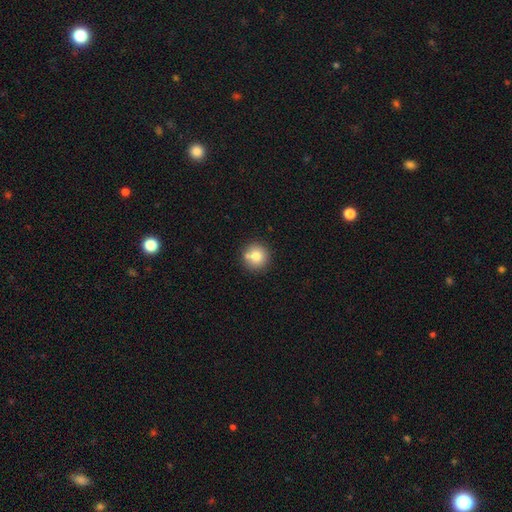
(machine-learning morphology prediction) A smooth galaxy with no disk features (77%) that is round (94%).

Vote fractions:
- Smooth or featured? smooth: 77% / featured or disk: 12% / star or artifact: 10%
- How rounded? round: 94% / in between: 5% / cigar-shaped: 1%
- Merging? none: 76% / merger: 12% / minor disturbance: 10% / major disturbance: 2%